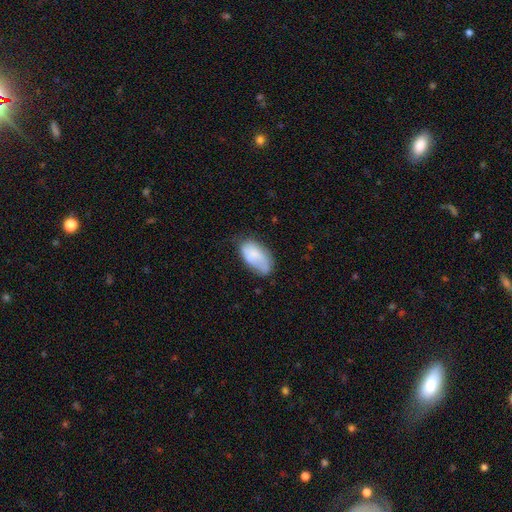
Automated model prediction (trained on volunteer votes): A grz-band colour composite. It shows a smooth galaxy with no disk features (75%) that is in between round and cigar-shaped (95%). Merging: none (48%).